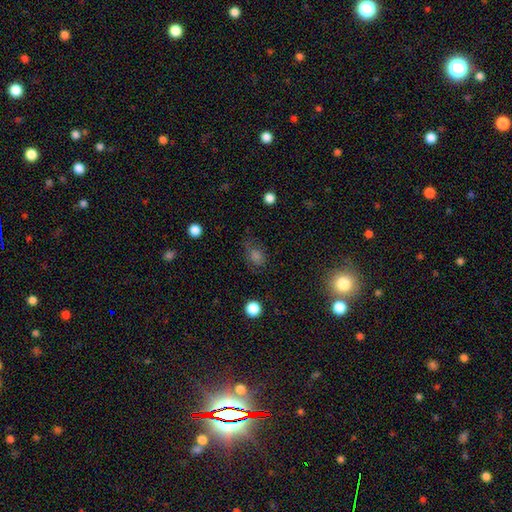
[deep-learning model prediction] Smooth or featured: smooth — 63% (star or artifact — 24%)
How rounded: round — 51% (in between — 48%)
Merging: none — 61% (minor disturbance — 23%)